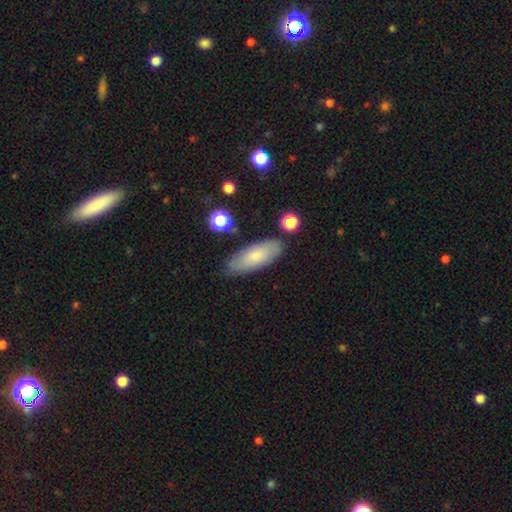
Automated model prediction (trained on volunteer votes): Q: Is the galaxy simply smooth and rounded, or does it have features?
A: smooth — 73%.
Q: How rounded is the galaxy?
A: in between — 73%.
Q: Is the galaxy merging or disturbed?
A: none — 78%.